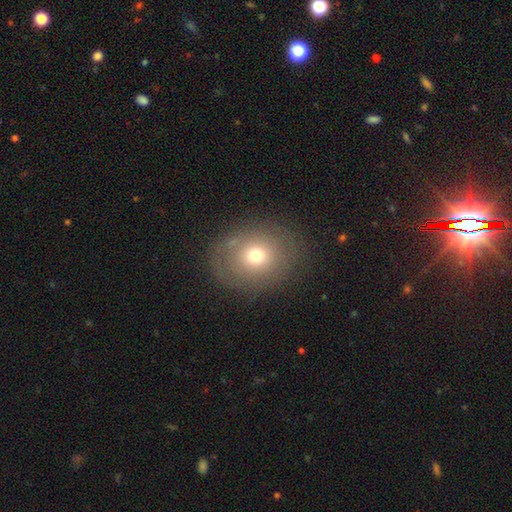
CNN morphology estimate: smooth_or_featured: smooth (p=0.65) [alt: featured or disk p=0.22]
how_rounded: round (p=0.57) [alt: in between p=0.42]
merging: none (p=0.80) [alt: minor disturbance p=0.12]